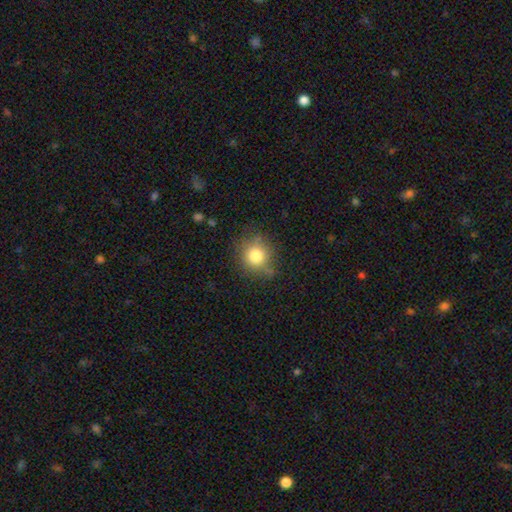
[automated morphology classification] A smooth galaxy with no disk features (79%) that is round (85%).

Vote fractions:
- Smooth or featured? smooth: 79% / star or artifact: 11% / featured or disk: 10%
- How rounded? round: 85% / in between: 14% / cigar-shaped: 1%
- Merging? none: 72% / minor disturbance: 20% / major disturbance: 5% / merger: 2%